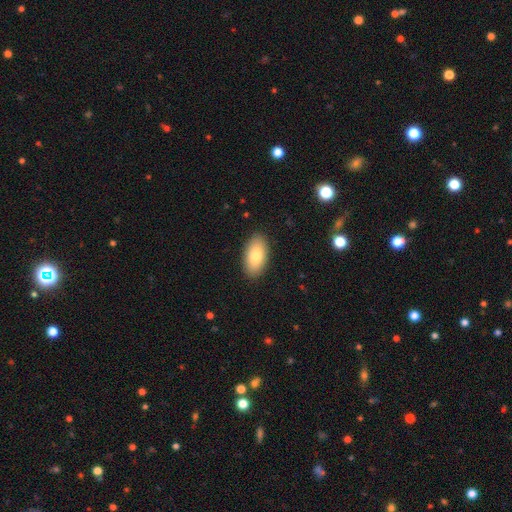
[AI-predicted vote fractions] This appears to be a smooth galaxy with no disk features (80%) that is in between round and cigar-shaped (94%). Merging: none (89%).